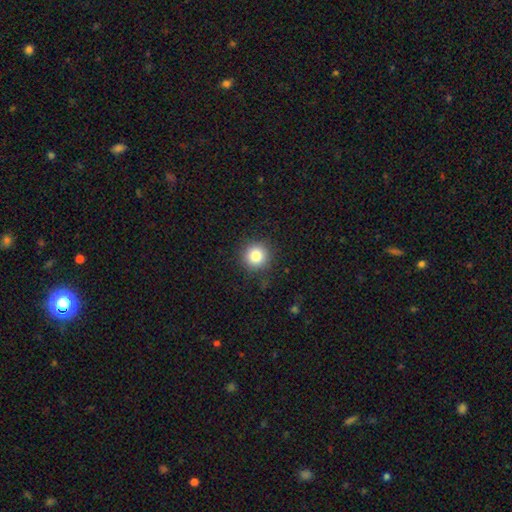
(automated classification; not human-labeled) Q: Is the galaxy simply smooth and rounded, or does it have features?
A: smooth — 84%.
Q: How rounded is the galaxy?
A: round — 94%.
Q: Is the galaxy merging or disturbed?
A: none — 89%.